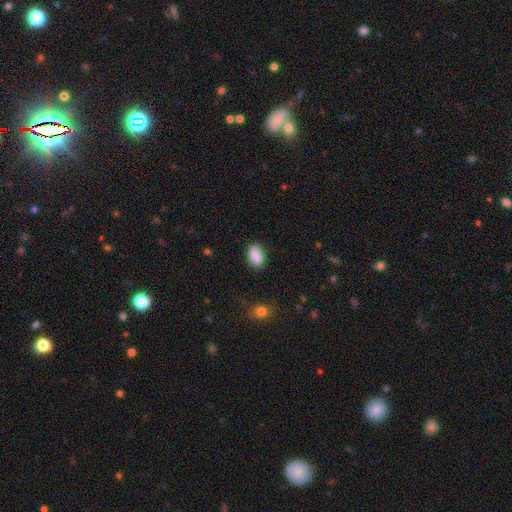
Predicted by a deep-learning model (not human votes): The model was most divided on "merging": none: 86%, minor disturbance: 10%, major disturbance: 2%, merger: 1%. More confident: how rounded — in between (89%); smooth or featured — smooth (88%).